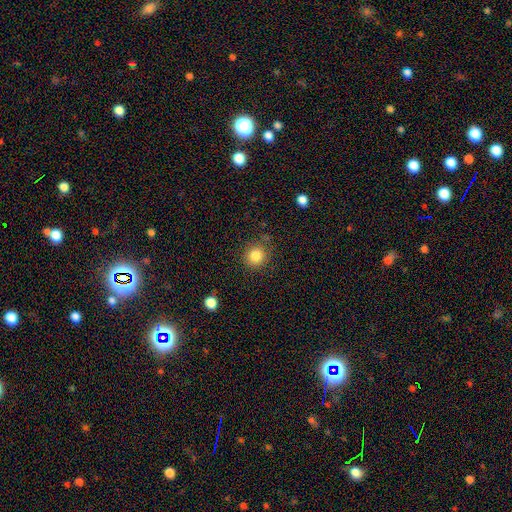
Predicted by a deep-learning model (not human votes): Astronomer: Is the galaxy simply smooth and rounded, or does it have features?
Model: smooth — 84%.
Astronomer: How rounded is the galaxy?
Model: round — 88%.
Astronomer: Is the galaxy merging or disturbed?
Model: none — 83%.